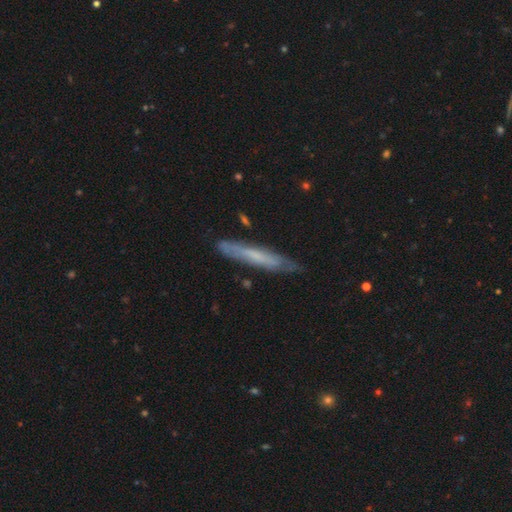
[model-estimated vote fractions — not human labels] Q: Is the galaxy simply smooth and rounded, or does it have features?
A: featured or disk — 48%.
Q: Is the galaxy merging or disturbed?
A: none — 76%.